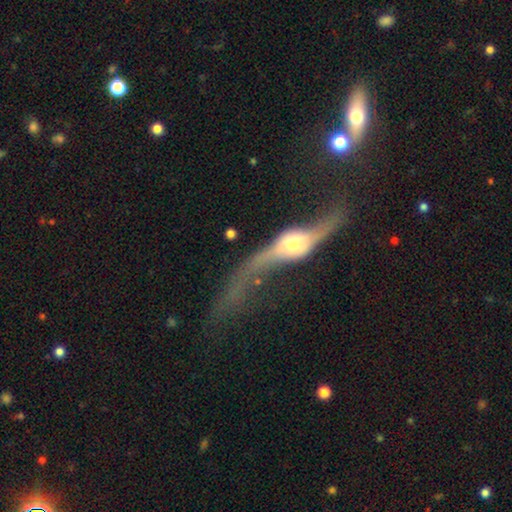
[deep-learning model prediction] A featured or disk galaxy (84%) with no bar (58%), spiral arms (89%) and a moderate central bulge (46%).

Vote fractions:
- Smooth or featured? featured or disk: 84% / smooth: 8% / star or artifact: 7%
- Edge-on disk? no: 64% / yes: 36%
- Bar? no: 58% / weak: 27% / strong: 16%
- Spiral arms? yes: 89% / no: 11%
- Bulge size? moderate: 46% / small: 21% / large: 21% / dominant: 8% / none: 4%
- Merging? none: 41% / major disturbance: 31% / minor disturbance: 19% / merger: 9%